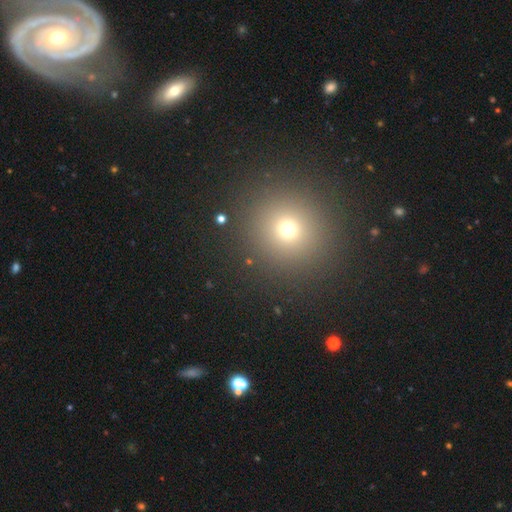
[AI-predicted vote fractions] smooth_or_featured: smooth (p=0.65) [alt: star or artifact p=0.26]
how_rounded: round (p=0.93) [alt: in between p=0.06]
merging: none (p=0.91) [alt: minor disturbance p=0.05]